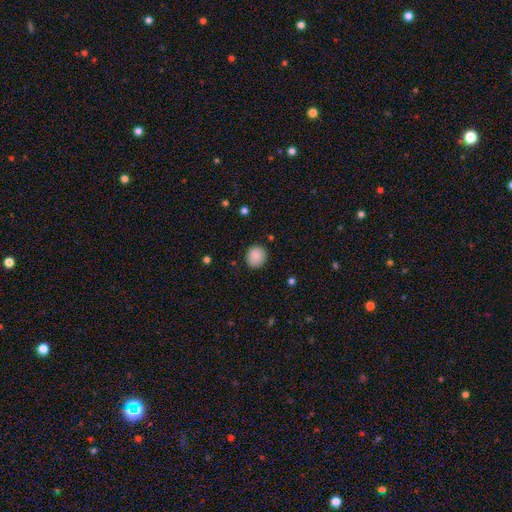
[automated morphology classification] Smooth or featured?
  - smooth: 87% *
  - star or artifact: 8%
  - featured or disk: 5%
How rounded?
  - round: 86% *
  - in between: 13%
  - cigar-shaped: 1%
Merging?
  - none: 86% *
  - minor disturbance: 11%
  - major disturbance: 2%
  - merger: 1%